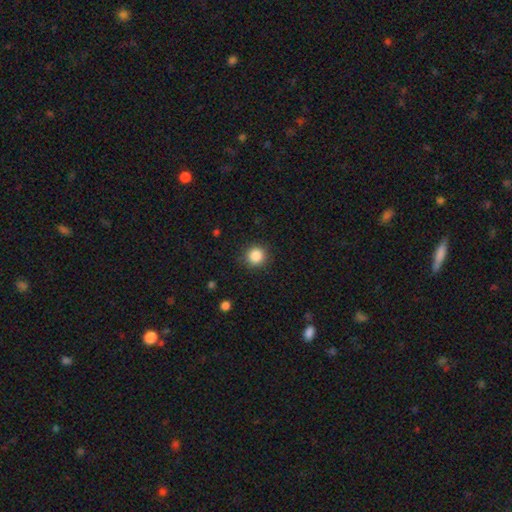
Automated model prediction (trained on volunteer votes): A smooth galaxy with no disk features (87%) that is round (93%). Merging: none (89%).